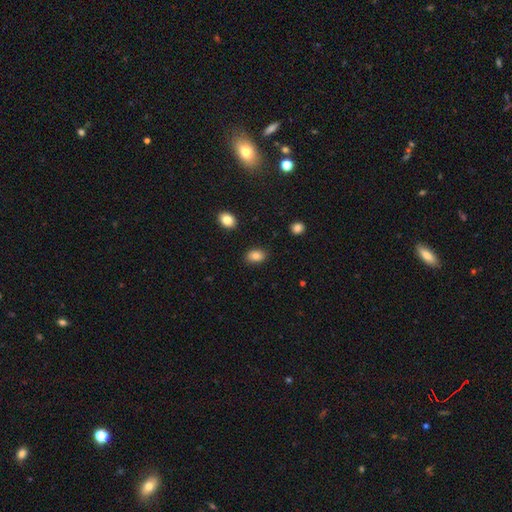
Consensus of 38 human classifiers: smooth_or_featured: smooth (p=0.87) [alt: star or artifact p=0.11]
how_rounded: in between (p=0.88) [alt: round p=0.12]
merging: none (p=0.94) [alt: minor disturbance p=0.03]